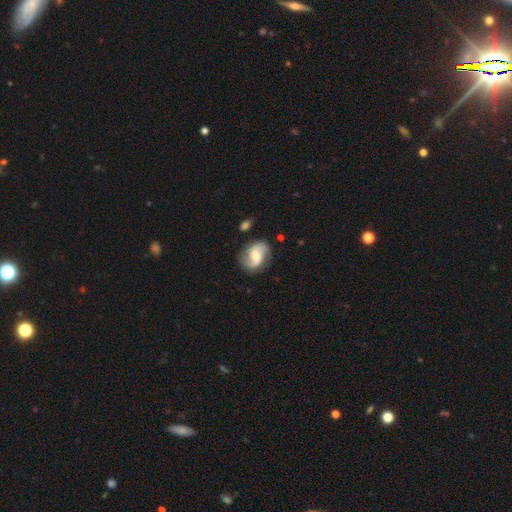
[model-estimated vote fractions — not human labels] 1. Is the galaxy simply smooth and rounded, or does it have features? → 81% featured or disk, 13% smooth, 6% star or artifact.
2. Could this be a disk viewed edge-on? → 98% no, 2% yes.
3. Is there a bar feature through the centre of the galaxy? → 48% no, 40% weak, 12% strong.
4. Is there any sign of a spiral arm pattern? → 96% yes, 4% no.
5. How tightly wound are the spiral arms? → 44% medium, 39% loose, 16% tight.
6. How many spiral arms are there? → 91% 2, 3% can't tell, 2% 1, 1% 3, 1% 4, 1% more than 4.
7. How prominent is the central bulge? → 53% moderate, 35% small, 7% large, 4% none, 1% dominant.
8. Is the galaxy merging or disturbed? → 78% none, 15% minor disturbance, 5% major disturbance, 3% merger.